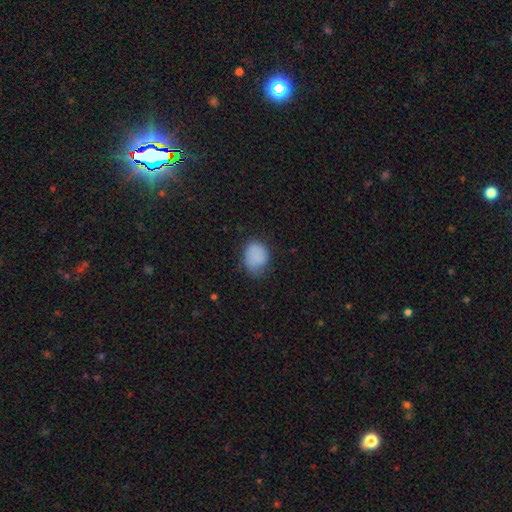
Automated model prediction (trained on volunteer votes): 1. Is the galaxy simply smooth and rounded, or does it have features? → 84% smooth, 9% star or artifact, 7% featured or disk.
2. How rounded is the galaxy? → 59% in between, 40% round, 1% cigar-shaped.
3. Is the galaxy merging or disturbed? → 58% none, 31% minor disturbance, 9% major disturbance, 2% merger.